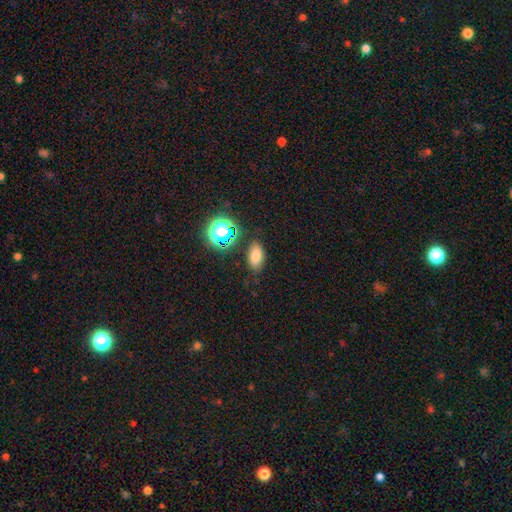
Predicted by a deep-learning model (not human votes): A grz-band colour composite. It shows a smooth galaxy with no disk features (73%) that is in between round and cigar-shaped (87%). Merging: none (81%).